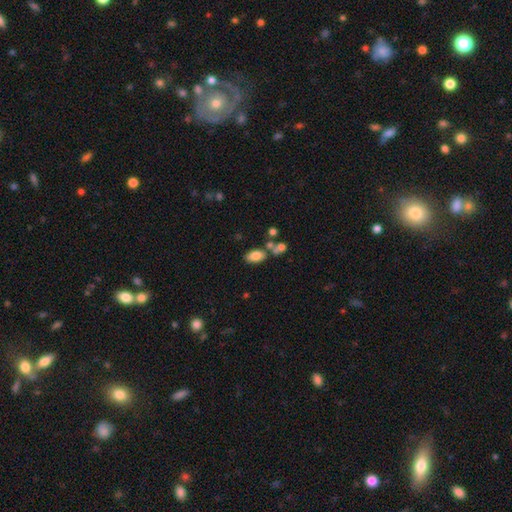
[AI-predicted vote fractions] This is likely a smooth galaxy (80%). How rounded: clearly in between (92%). Merging: likely none (64%).